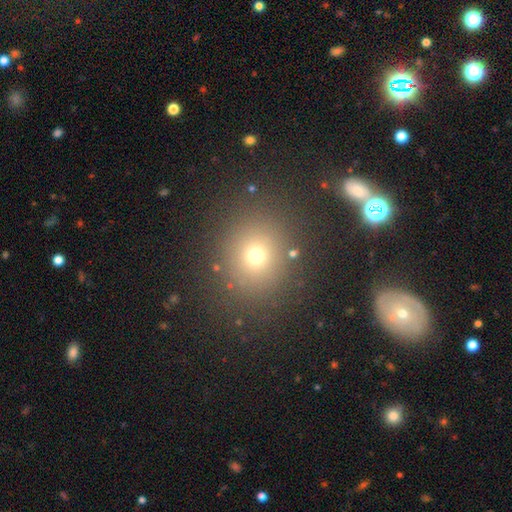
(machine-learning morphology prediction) Q: Smooth or featured?
A: smooth (68%); runner-up: star or artifact (22%)
Q: How rounded?
A: round (84%); runner-up: in between (15%)
Q: Merging?
A: none (85%); runner-up: minor disturbance (8%)